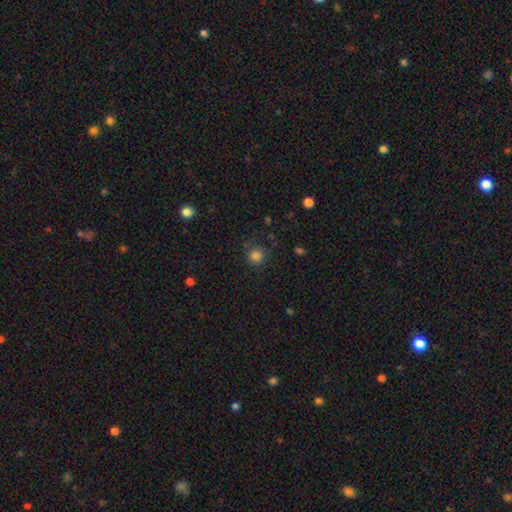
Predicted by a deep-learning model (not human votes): Overall: smooth (82%). How rounded: round (89%). Merging: none (78%).